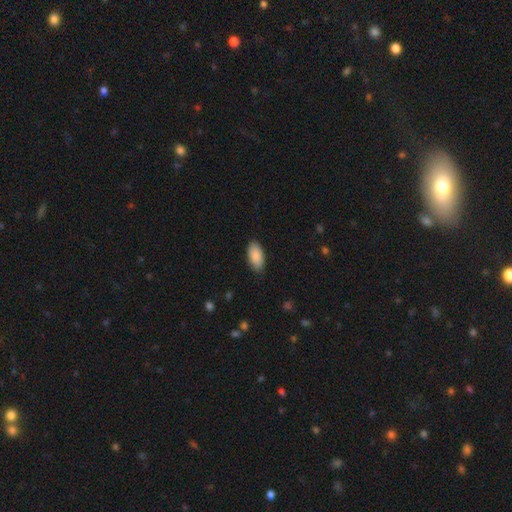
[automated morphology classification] smooth 90%, star or artifact 6%, featured or disk 4%. Down the decision tree: how rounded — in between (93%); merging — none (87%).